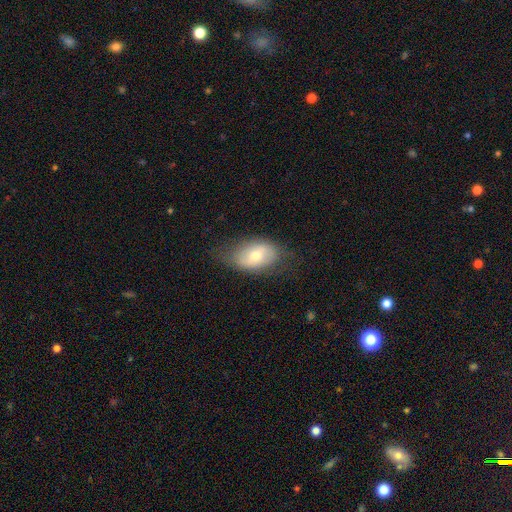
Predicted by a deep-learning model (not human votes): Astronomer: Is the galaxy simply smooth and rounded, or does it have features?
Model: smooth — 61%.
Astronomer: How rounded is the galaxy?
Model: in between — 88%.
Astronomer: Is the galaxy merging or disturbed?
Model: none — 68%.